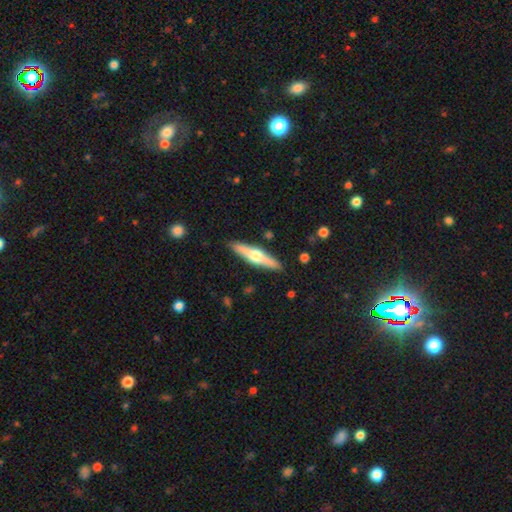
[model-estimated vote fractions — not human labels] The model was most divided on "smooth or featured": featured or disk: 64%, smooth: 31%, star or artifact: 5%. More confident: edge-on disk — yes (96%); edge-on bulge — rounded (94%); merging — none (90%).